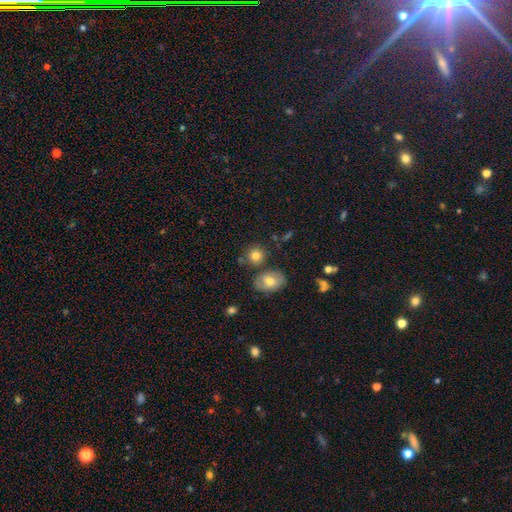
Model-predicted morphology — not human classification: The model was most divided on "merging": none: 69%, merger: 15%, minor disturbance: 12%, major disturbance: 4%. More confident: how rounded — round (80%); smooth or featured — smooth (79%).